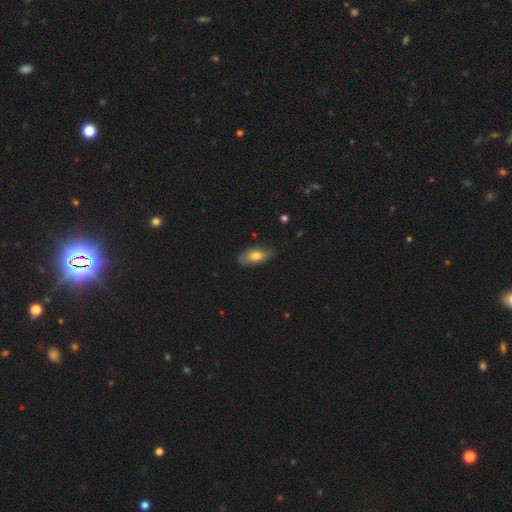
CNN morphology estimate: Overall: smooth (72%). How rounded: in between (85%). Merging: none (78%).